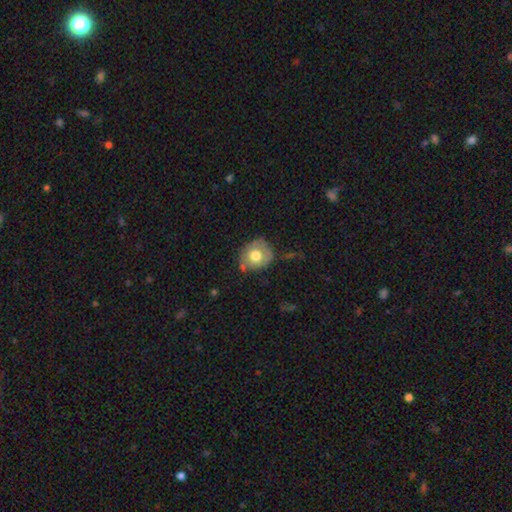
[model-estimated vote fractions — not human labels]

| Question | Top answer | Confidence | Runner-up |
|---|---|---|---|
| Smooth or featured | smooth | 64% | featured or disk (29%) |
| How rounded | round | 74% | in between (25%) |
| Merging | none | 65% | minor disturbance (24%) |